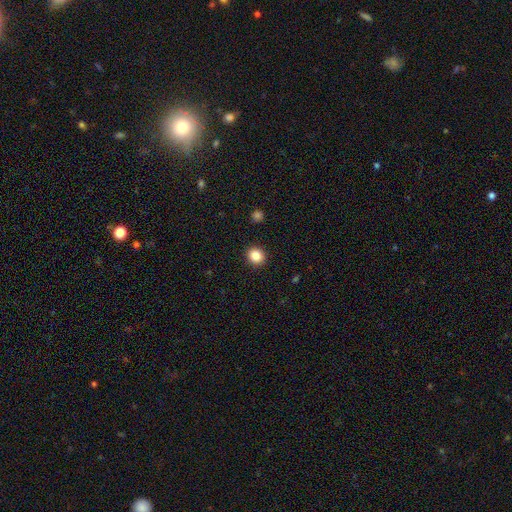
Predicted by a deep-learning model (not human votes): This appears to be a smooth galaxy with no disk features (85%) that is round (80%). Merging: none (92%).